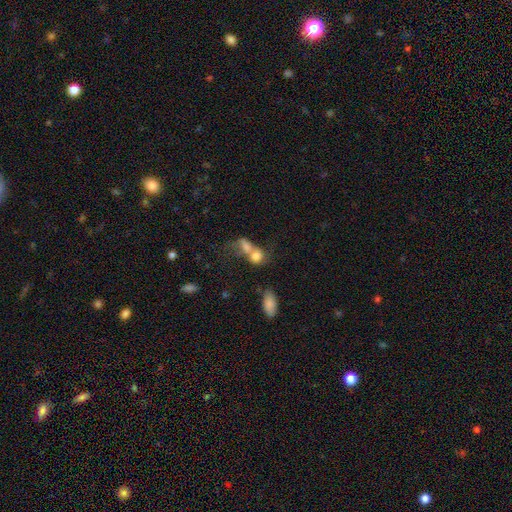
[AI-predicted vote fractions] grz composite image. It shows a smooth galaxy with no disk features (72%) that is in between round and cigar-shaped (55%). Merging: merger (67%).